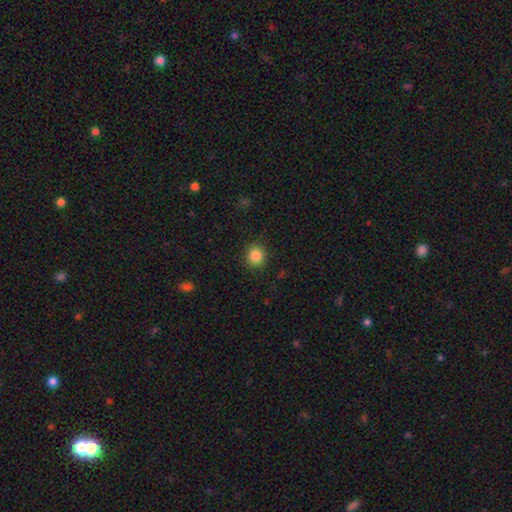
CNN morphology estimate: Overall: smooth (85%). How rounded: round (90%). Merging: none (89%).